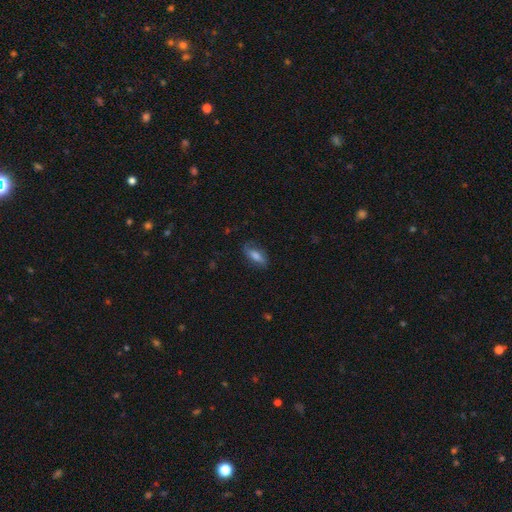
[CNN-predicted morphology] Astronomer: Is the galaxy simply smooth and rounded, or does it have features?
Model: smooth — 60%.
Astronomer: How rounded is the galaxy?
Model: in between — 70%.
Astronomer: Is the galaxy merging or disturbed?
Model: none — 73%.